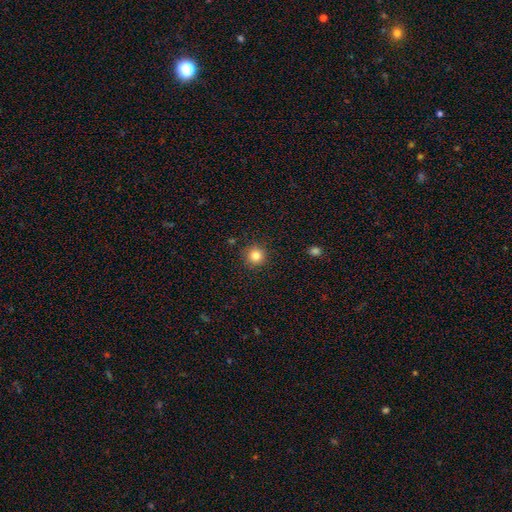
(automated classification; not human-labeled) Overall: smooth (83%). How rounded: round (94%). Merging: none (90%).